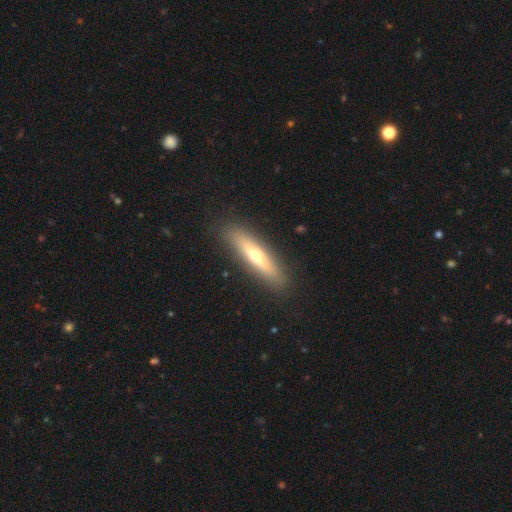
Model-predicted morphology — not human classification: smooth_or_featured: featured or disk (p=0.49) [alt: smooth p=0.44]
merging: none (p=0.89) [alt: minor disturbance p=0.08]